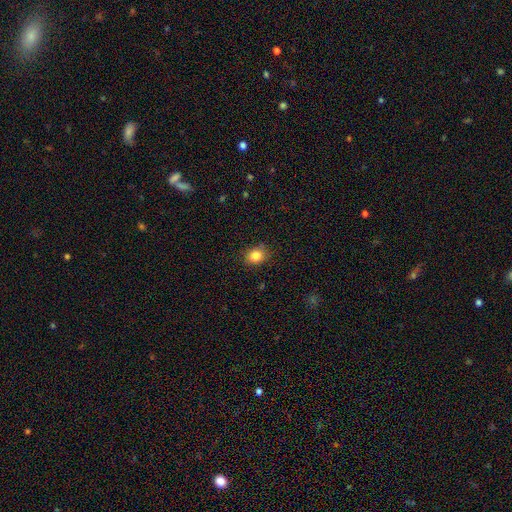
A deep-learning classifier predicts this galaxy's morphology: This is clearly a smooth galaxy (84%). How rounded: possibly round (55%). Merging: clearly none (83%).